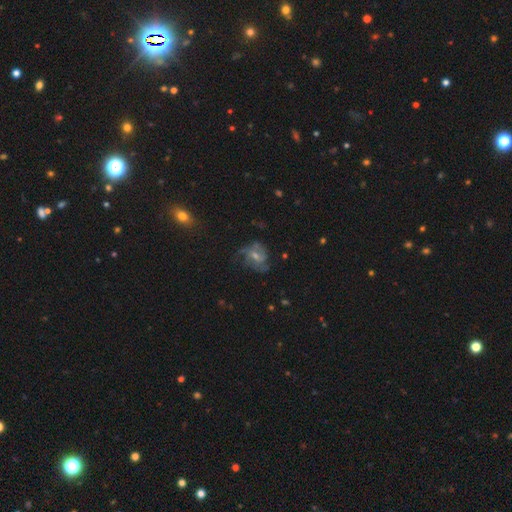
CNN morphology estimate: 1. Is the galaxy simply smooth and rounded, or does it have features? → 69% featured or disk, 16% smooth, 15% star or artifact.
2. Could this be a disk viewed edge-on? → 97% no, 3% yes.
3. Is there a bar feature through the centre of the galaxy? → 53% no, 39% weak, 9% strong.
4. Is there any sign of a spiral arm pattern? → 89% yes, 11% no.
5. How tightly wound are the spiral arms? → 46% medium, 36% tight, 18% loose.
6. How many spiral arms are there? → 31% 3, 28% can't tell, 21% 2, 9% 4, 5% 1, 5% more than 4.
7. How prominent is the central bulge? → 47% moderate, 46% small, 4% none, 3% large, 1% dominant.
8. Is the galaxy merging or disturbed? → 64% none, 20% minor disturbance, 14% major disturbance, 2% merger.